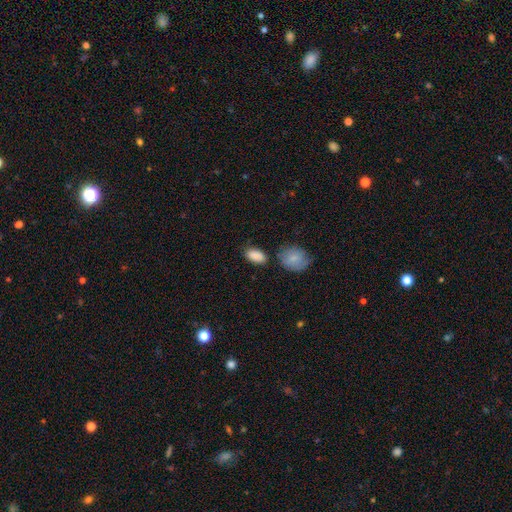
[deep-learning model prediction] smooth-or-featured: smooth: 89% | star or artifact: 7% | featured or disk: 4%
  how-rounded: in between: 92% | round: 6% | cigar-shaped: 2%
  merging: none: 72% | minor disturbance: 15% | merger: 9% | major disturbance: 4%